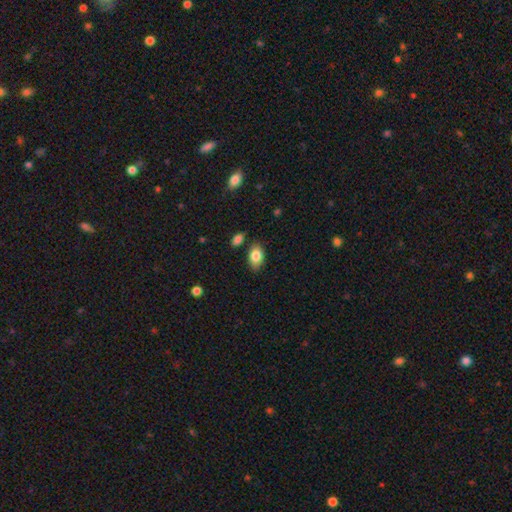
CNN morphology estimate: Smooth or featured? smooth (84%)
How rounded? in between (89%)
Merging? none (79%)